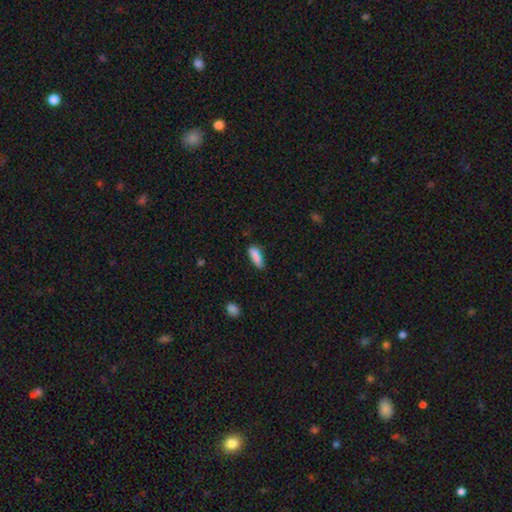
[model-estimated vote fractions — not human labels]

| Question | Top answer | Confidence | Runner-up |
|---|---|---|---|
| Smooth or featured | smooth | 88% | star or artifact (7%) |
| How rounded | in between | 63% | cigar-shaped (35%) |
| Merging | none | 72% | minor disturbance (22%) |